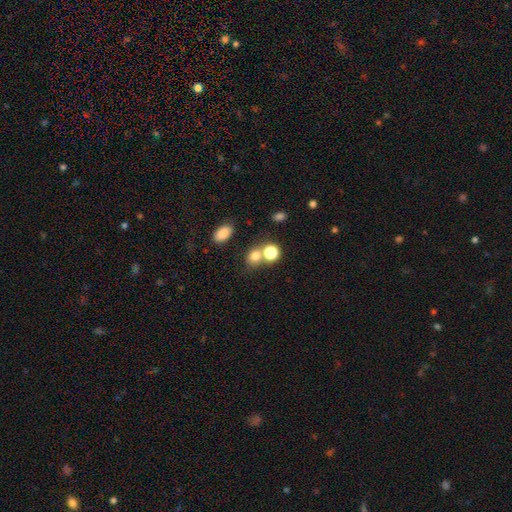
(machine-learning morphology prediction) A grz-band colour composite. It shows a smooth galaxy with no disk features (76%) that is round (70%). Merging: none (53%).